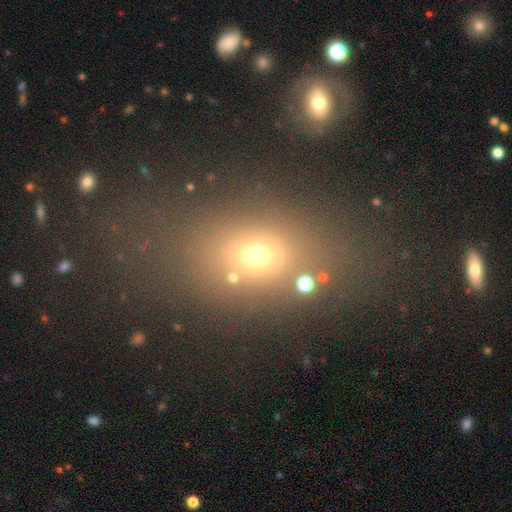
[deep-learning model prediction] A smooth galaxy with no disk features (62%) that is in between round and cigar-shaped (69%).

Vote fractions:
- Smooth or featured? smooth: 62% / star or artifact: 23% / featured or disk: 15%
- How rounded? in between: 69% / round: 27% / cigar-shaped: 5%
- Merging? none: 67% / minor disturbance: 14% / major disturbance: 10% / merger: 9%